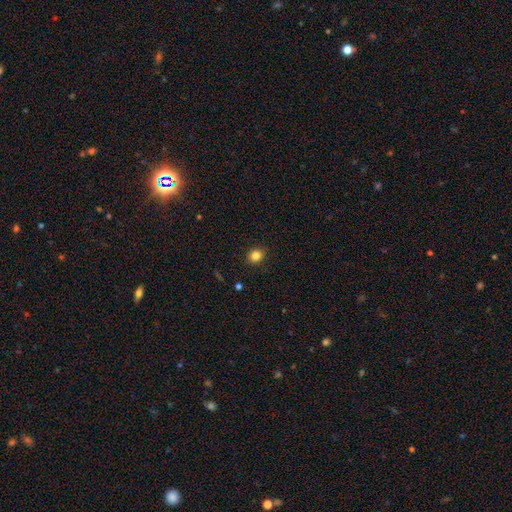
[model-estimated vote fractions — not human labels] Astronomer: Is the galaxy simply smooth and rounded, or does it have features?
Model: smooth — 83%.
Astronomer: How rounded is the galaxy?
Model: round — 77%.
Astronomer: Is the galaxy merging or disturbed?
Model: none — 90%.